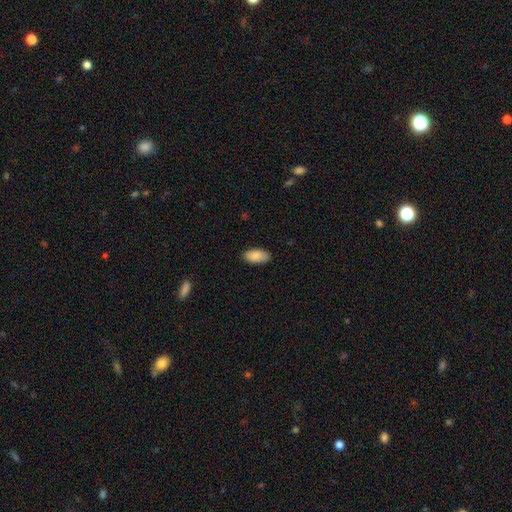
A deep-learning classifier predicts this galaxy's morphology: Overall: smooth (88%). How rounded: in between (94%). Merging: none (87%).